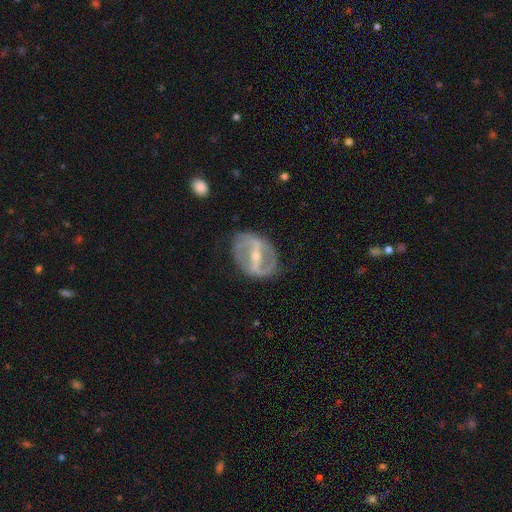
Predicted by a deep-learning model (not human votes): smooth-or-featured: featured or disk: 84% | smooth: 10% | star or artifact: 5%
  disk-edge-on: no: 93% | yes: 7%
    bar: strong: 74% | weak: 19% | no: 6%
    has-spiral-arms: yes: 70% | no: 30%
      spiral-winding: medium: 41% | loose: 33% | tight: 26%
      spiral-arm-count: 2: 82% | can't tell: 11% | 1: 3% | 3: 2% | 4: 1% | more than 4: 1%
    bulge-size: small: 54% | moderate: 41% | none: 2% | large: 2% | dominant: 1%
  merging: none: 73% | minor disturbance: 17% | major disturbance: 9% | merger: 2%